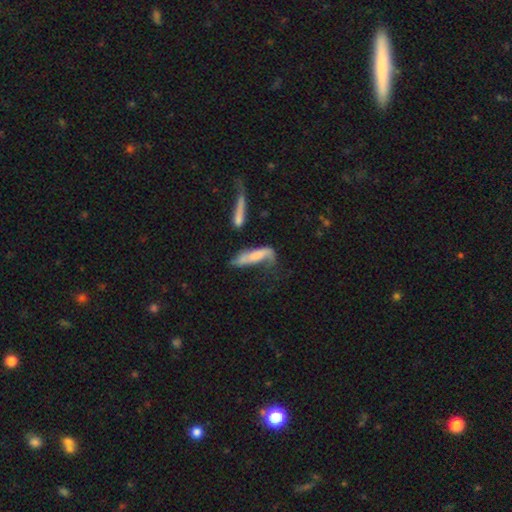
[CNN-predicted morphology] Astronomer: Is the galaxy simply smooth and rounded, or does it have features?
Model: smooth — 54% (runner-up: featured or disk, 37%).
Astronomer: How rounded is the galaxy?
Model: cigar-shaped — 66%.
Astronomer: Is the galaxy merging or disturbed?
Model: major disturbance — 34% (runner-up: none, 26%).